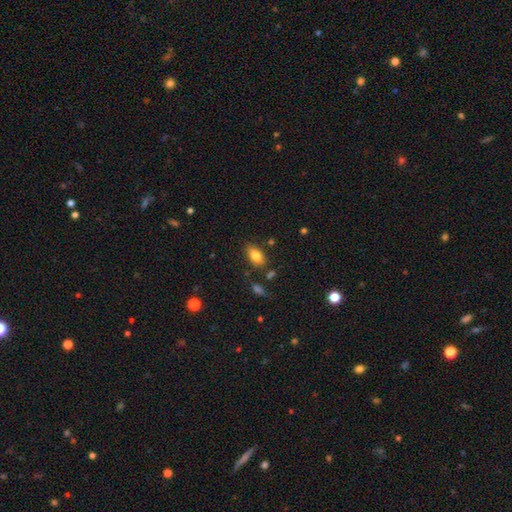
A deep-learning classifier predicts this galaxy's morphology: smooth 82%, featured or disk 9%, star or artifact 9%. Down the decision tree: how rounded — in between (90%); merging — none (77%).